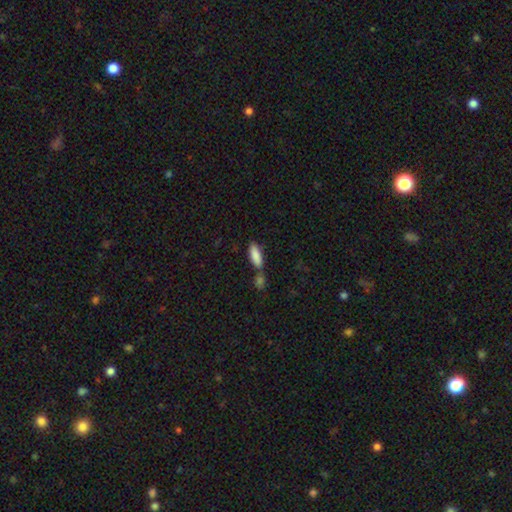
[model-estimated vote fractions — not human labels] smooth-or-featured: smooth: 86% | featured or disk: 7% | star or artifact: 7%
  how-rounded: in between: 71% | cigar-shaped: 27% | round: 2%
  merging: none: 51% | merger: 33% | minor disturbance: 12% | major disturbance: 4%